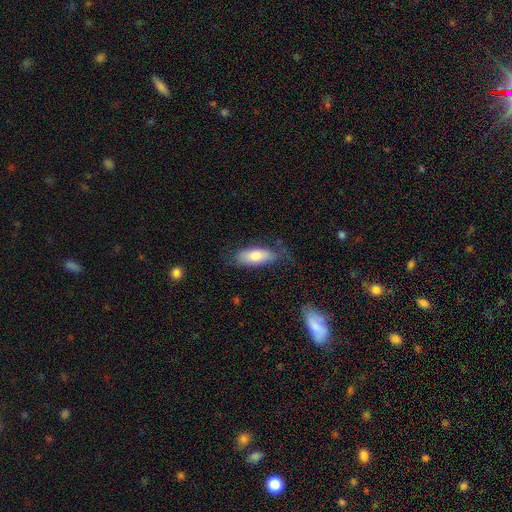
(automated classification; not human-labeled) Smooth or featured?
  - smooth: 76% *
  - featured or disk: 18%
  - star or artifact: 6%
How rounded?
  - in between: 75% *
  - cigar-shaped: 23%
  - round: 2%
Merging?
  - none: 64% *
  - minor disturbance: 25%
  - major disturbance: 9%
  - merger: 2%